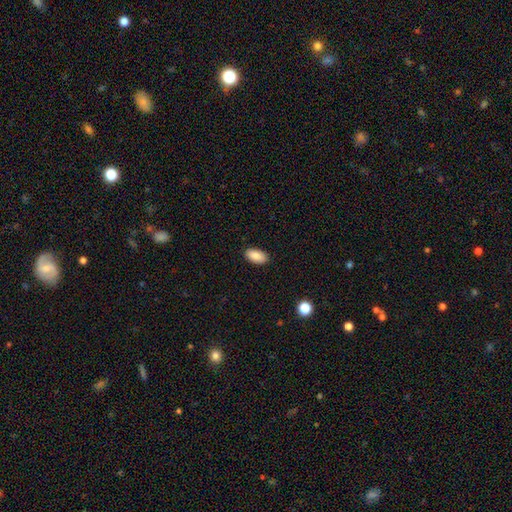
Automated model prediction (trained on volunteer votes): A smooth galaxy with no disk features (88%) that is in between round and cigar-shaped (95%).

Vote fractions:
- Smooth or featured? smooth: 88% / star or artifact: 7% / featured or disk: 5%
- How rounded? in between: 95% / round: 3% / cigar-shaped: 3%
- Merging? none: 89% / minor disturbance: 8% / major disturbance: 2% / merger: 1%